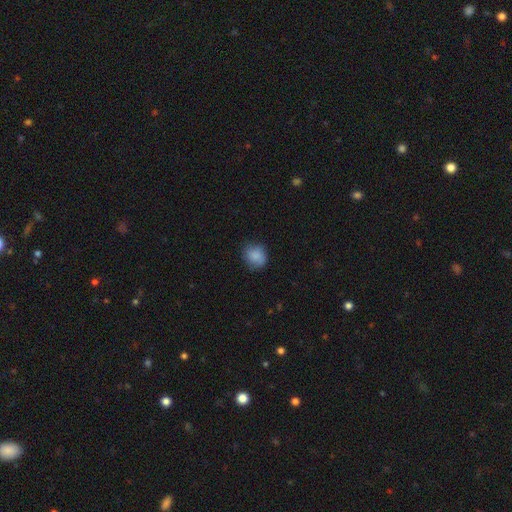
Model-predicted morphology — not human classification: The model was most divided on "how rounded": round: 74%, in between: 25%, cigar-shaped: 1%. More confident: smooth or featured — smooth (85%); merging — none (75%).